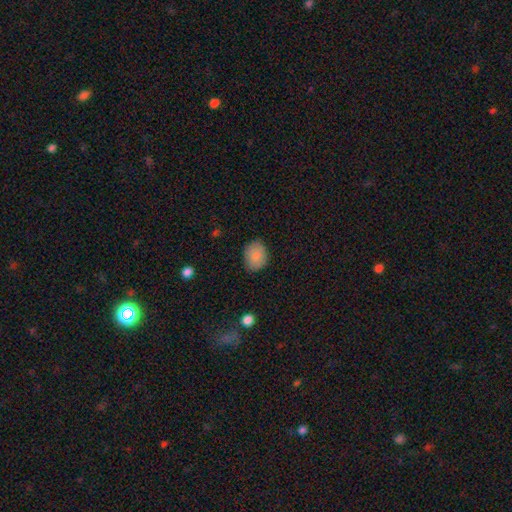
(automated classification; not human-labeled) This appears to be a smooth galaxy with no disk features (86%) that is in between round and cigar-shaped (58%). Merging: none (82%).